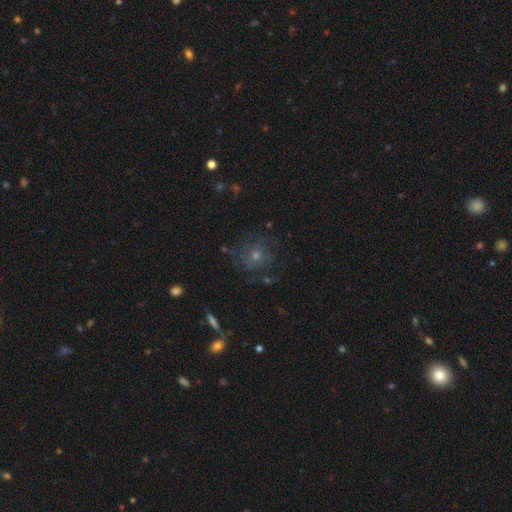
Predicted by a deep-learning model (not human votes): Smooth or featured? Predicted: featured or disk (p=0.38). Merging? Predicted: none (p=0.74).